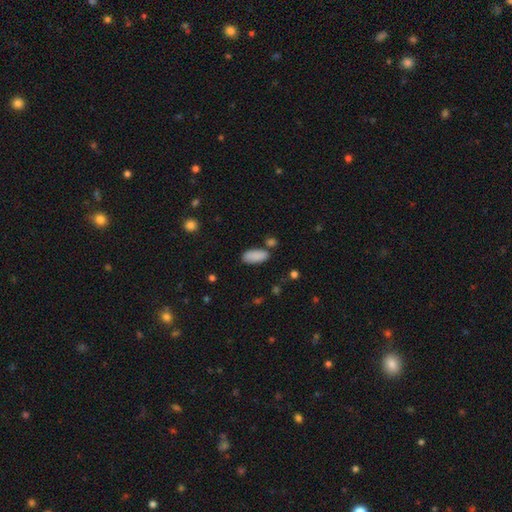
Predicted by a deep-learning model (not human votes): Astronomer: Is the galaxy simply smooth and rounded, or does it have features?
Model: smooth — 88%.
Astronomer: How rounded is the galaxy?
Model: in between — 89%.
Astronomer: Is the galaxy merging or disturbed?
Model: none — 74%.